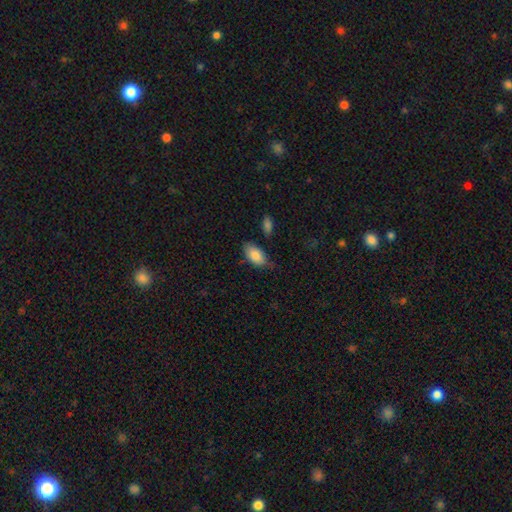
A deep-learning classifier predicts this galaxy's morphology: This is clearly a smooth galaxy (84%). How rounded: clearly in between (93%). Merging: likely none (61%).